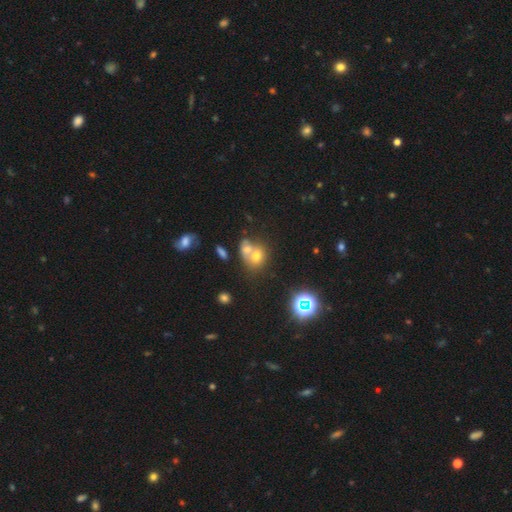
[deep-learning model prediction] smooth 62%, featured or disk 21%, star or artifact 17%. Down the decision tree: how rounded — round (63%); merging — merger (61%).